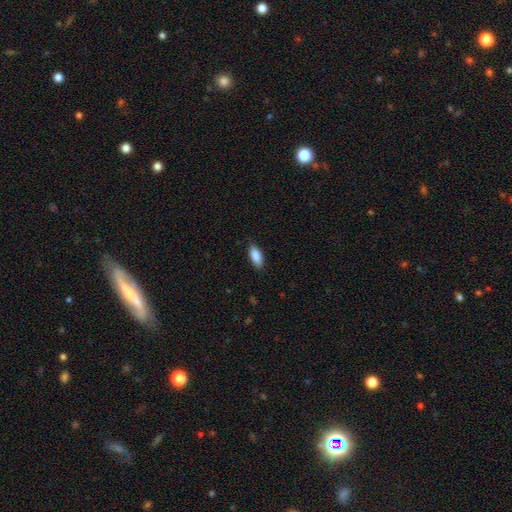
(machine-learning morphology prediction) Q: Smooth or featured?
A: smooth (88%); runner-up: star or artifact (6%)
Q: How rounded?
A: in between (85%); runner-up: cigar-shaped (13%)
Q: Merging?
A: none (83%); runner-up: minor disturbance (14%)